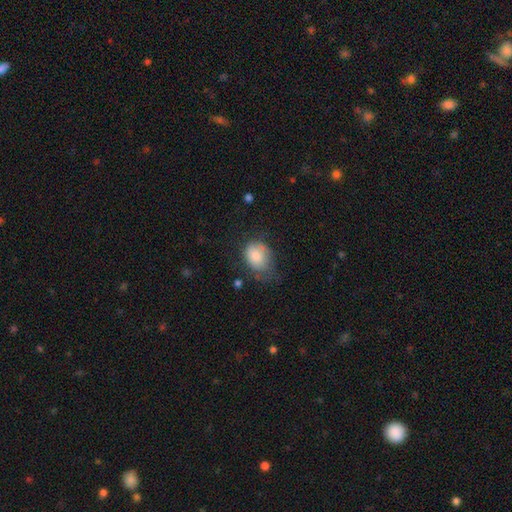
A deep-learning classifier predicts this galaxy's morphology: A smooth galaxy with no disk features (78%) that is in between round and cigar-shaped (68%).

Vote fractions:
- Smooth or featured? smooth: 78% / featured or disk: 13% / star or artifact: 8%
- How rounded? in between: 68% / round: 31% / cigar-shaped: 1%
- Merging? none: 44% / minor disturbance: 35% / major disturbance: 19% / merger: 2%